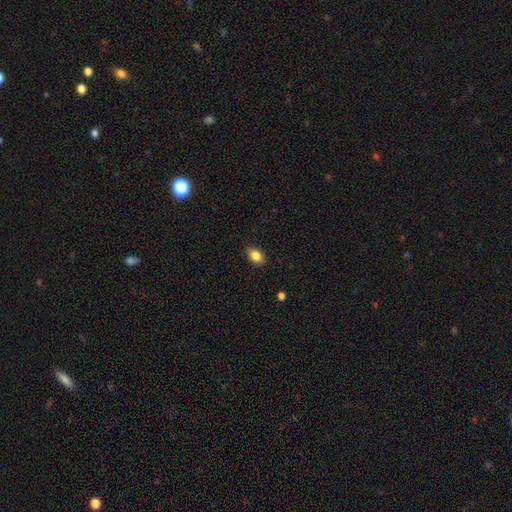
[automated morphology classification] smooth_or_featured: smooth (p=0.85) [alt: star or artifact p=0.09]
how_rounded: in between (p=0.84) [alt: round p=0.15]
merging: none (p=0.87) [alt: minor disturbance p=0.09]